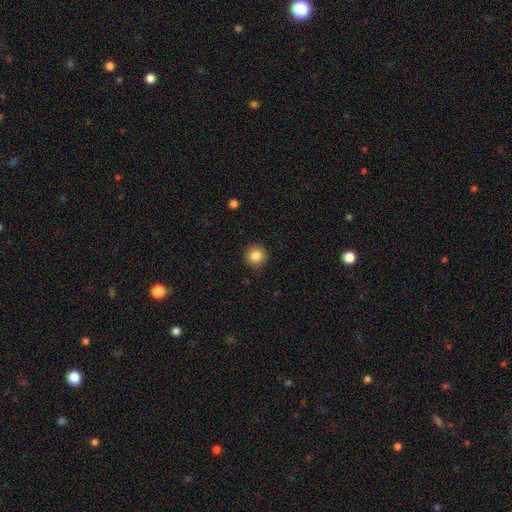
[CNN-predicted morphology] A smooth galaxy with no disk features (84%) that is round (94%). Merging: none (90%).